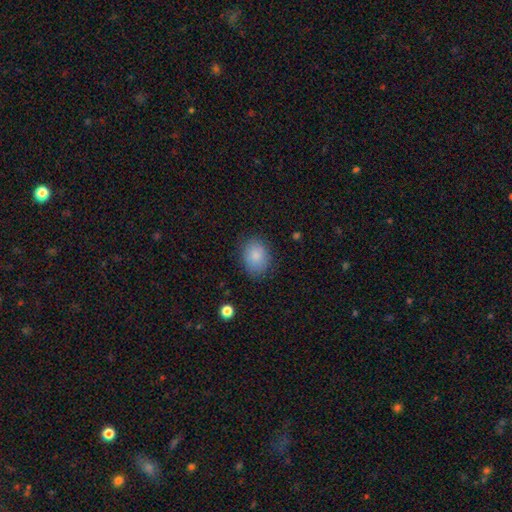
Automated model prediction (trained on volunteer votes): Smooth or featured? smooth (85%)
How rounded? in between (64%)
Merging? none (82%)